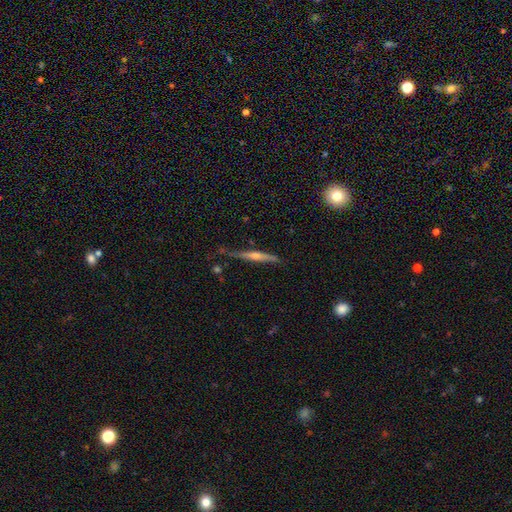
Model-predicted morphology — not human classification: Overall: featured or disk (75%). Edge-on disk: yes (97%). Edge-on bulge: rounded (82%). Merging: none (81%).